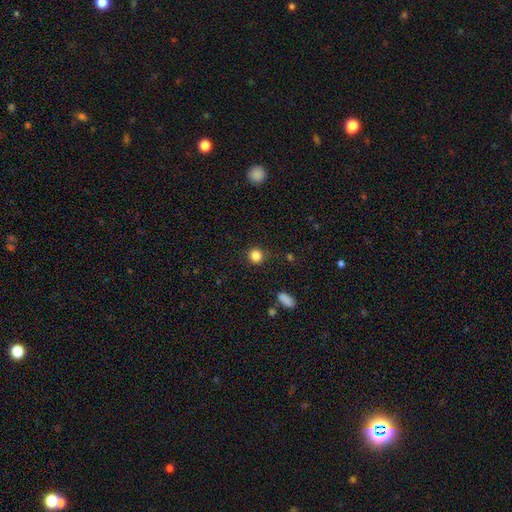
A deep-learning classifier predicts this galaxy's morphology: Smooth or featured? Predicted: smooth (p=0.84). How rounded? Predicted: round (p=0.91). Merging? Predicted: none (p=0.89).